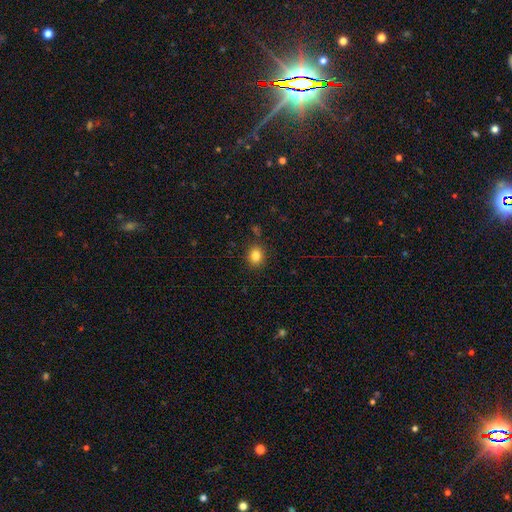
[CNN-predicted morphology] The model was most divided on "how rounded": round: 60%, in between: 39%, cigar-shaped: 1%. More confident: merging — none (86%); smooth or featured — smooth (83%).